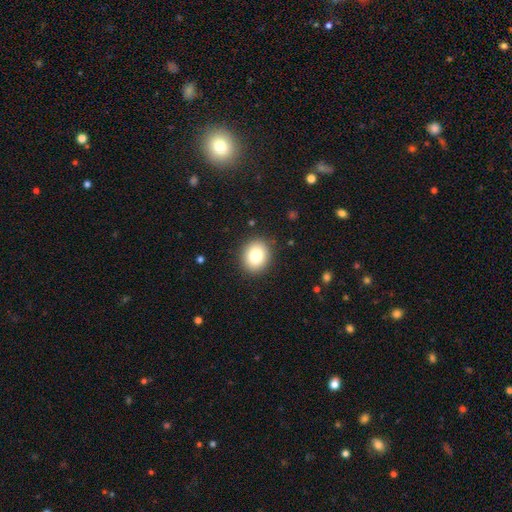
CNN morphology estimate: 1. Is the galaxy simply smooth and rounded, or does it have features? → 79% smooth, 11% featured or disk, 10% star or artifact.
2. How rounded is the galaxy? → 64% round, 35% in between, 1% cigar-shaped.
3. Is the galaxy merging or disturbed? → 89% none, 7% minor disturbance, 2% major disturbance, 1% merger.